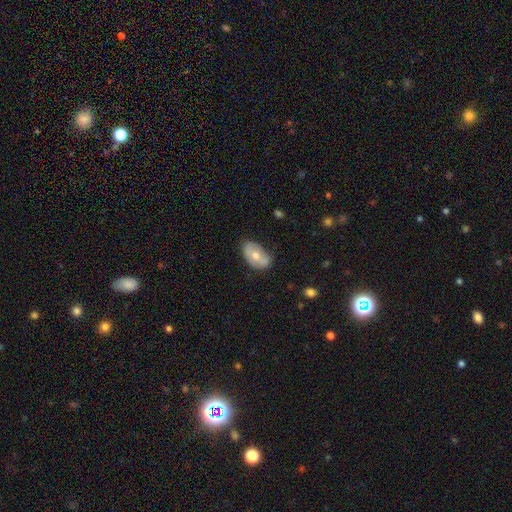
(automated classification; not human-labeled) A smooth galaxy with no disk features (55%) that is in between round and cigar-shaped (91%).

Vote fractions:
- Smooth or featured? smooth: 55% / featured or disk: 38% / star or artifact: 7%
- How rounded? in between: 91% / round: 8% / cigar-shaped: 2%
- Merging? none: 66% / minor disturbance: 26% / major disturbance: 6% / merger: 2%